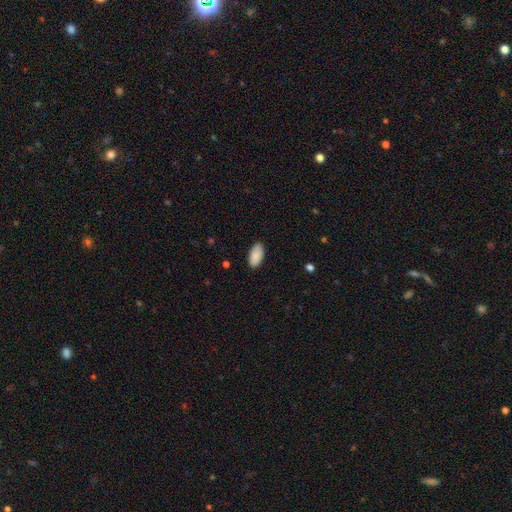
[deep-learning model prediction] smooth-or-featured: smooth: 89% | star or artifact: 6% | featured or disk: 5%
  how-rounded: in between: 95% | cigar-shaped: 3% | round: 2%
  merging: none: 85% | minor disturbance: 12% | major disturbance: 2% | merger: 1%